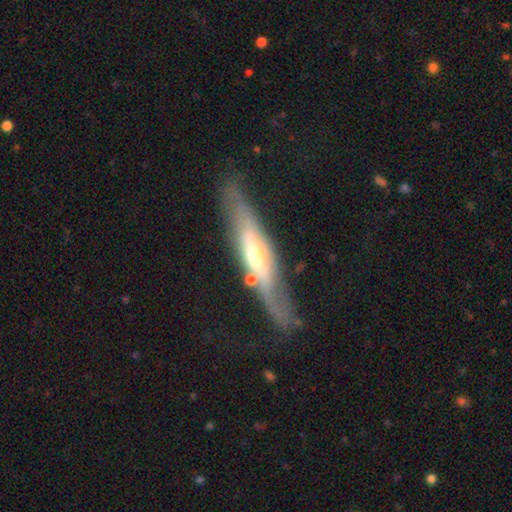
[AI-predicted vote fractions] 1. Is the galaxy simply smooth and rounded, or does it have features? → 70% featured or disk, 25% smooth, 6% star or artifact.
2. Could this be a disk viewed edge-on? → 65% yes, 35% no.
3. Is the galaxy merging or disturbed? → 67% none, 18% minor disturbance, 8% major disturbance, 7% merger.